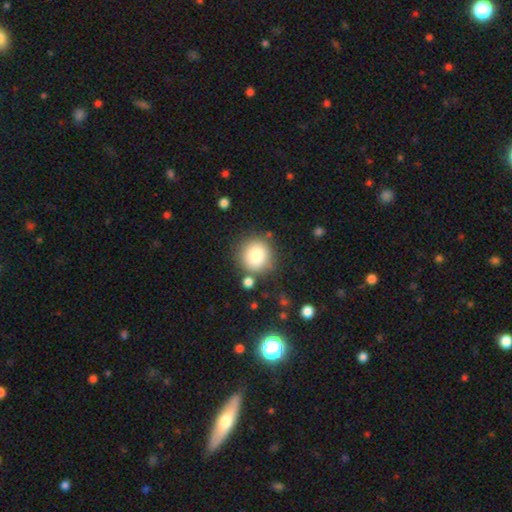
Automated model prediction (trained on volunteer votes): Smooth or featured? Predicted: smooth (p=0.82). How rounded? Predicted: round (p=0.91). Merging? Predicted: none (p=0.80).